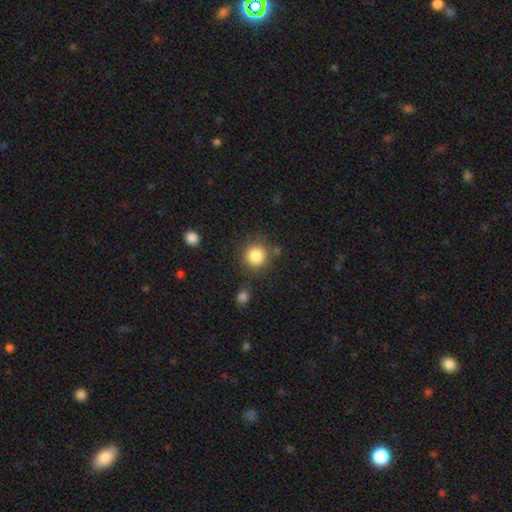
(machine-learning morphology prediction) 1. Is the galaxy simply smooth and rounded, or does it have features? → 85% smooth, 10% star or artifact, 5% featured or disk.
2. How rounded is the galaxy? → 92% round, 7% in between, 1% cigar-shaped.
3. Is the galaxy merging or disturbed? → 83% none, 9% minor disturbance, 5% merger, 3% major disturbance.